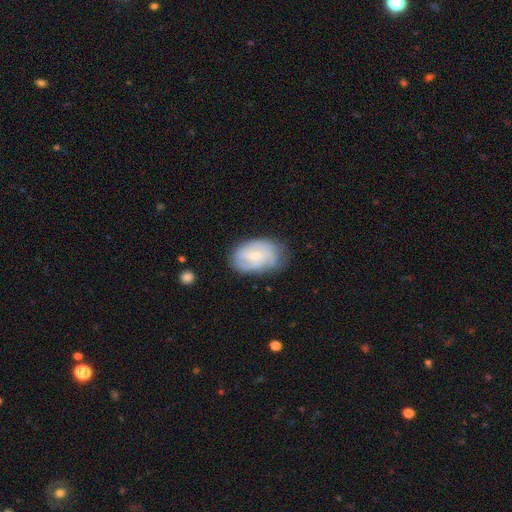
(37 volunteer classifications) Q: Smooth or featured?
A: featured or disk (73%); runner-up: smooth (22%)
Q: Edge-on disk?
A: no (96%); runner-up: yes (4%)
Q: Bar?
A: no (58%); runner-up: weak (38%)
Q: Spiral arms?
A: yes (100%)
Q: Spiral winding?
A: tight (73%); runner-up: medium (15%)
Q: Spiral arm count?
A: can't tell (42%); runner-up: 3 (27%)
Q: Bulge size?
A: small (77%); runner-up: moderate (19%)
Q: Merging?
A: none (77%); runner-up: minor disturbance (14%)